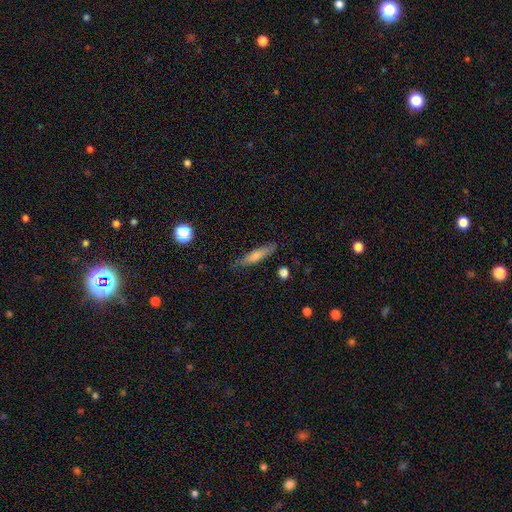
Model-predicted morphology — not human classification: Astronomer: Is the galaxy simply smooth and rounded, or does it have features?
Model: smooth — 57% (runner-up: featured or disk, 35%).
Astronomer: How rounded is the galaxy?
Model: cigar-shaped — 85%.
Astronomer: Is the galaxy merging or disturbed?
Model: none — 82%.